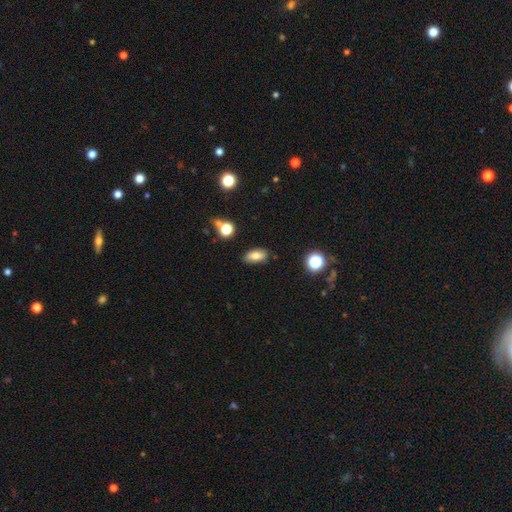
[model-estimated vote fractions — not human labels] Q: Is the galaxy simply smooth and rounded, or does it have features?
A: smooth — 75%.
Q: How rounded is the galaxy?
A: in between — 85%.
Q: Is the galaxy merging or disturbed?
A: none — 84%.